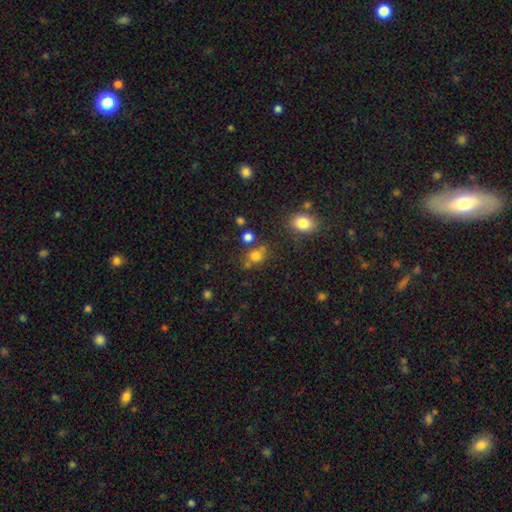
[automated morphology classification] Smooth or featured? smooth (74%)
How rounded? round (71%)
Merging? none (61%)